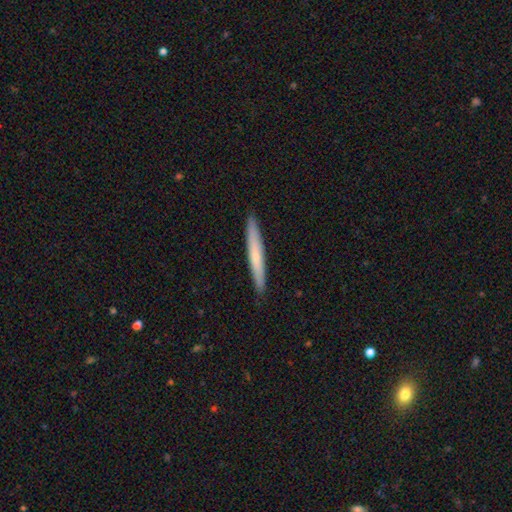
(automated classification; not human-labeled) The model was most divided on "smooth or featured": smooth: 58%, featured or disk: 37%, star or artifact: 5%. More confident: how rounded — cigar-shaped (96%); merging — none (92%).